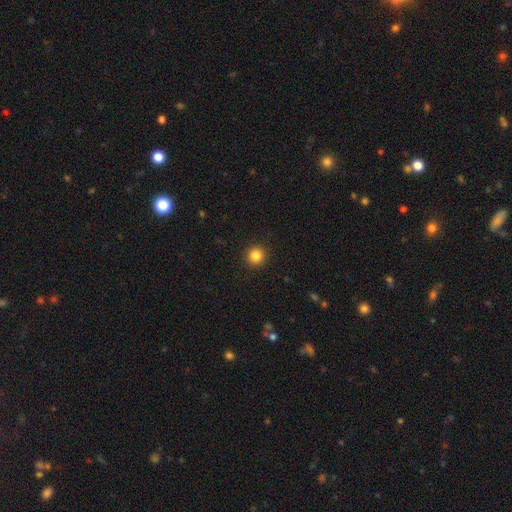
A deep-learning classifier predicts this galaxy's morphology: smooth-or-featured: smooth: 85% | star or artifact: 11% | featured or disk: 4%
  how-rounded: round: 94% | in between: 5% | cigar-shaped: 1%
  merging: none: 93% | minor disturbance: 5% | major disturbance: 2% | merger: 1%